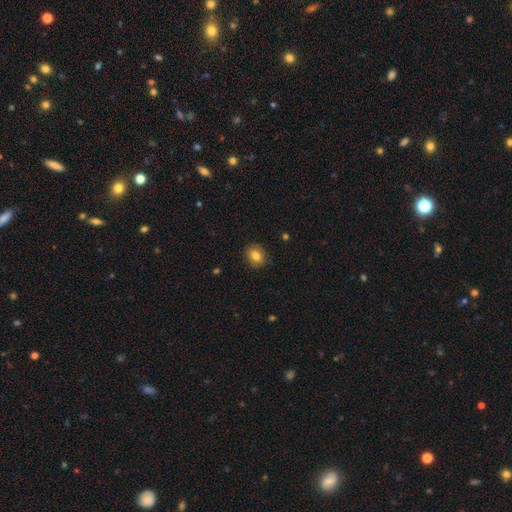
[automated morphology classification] The model was most divided on "how rounded": round: 55%, in between: 44%, cigar-shaped: 1%. More confident: merging — none (88%); smooth or featured — smooth (82%).